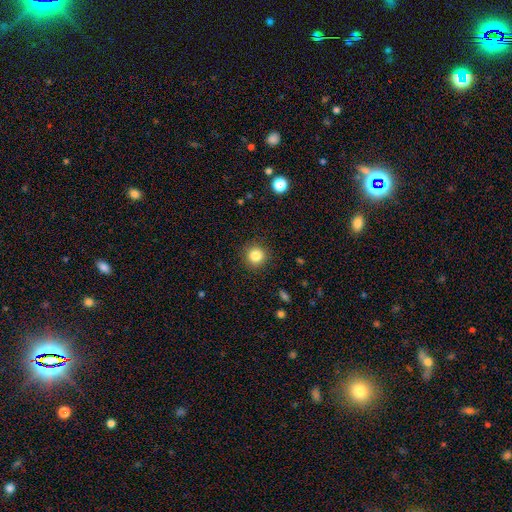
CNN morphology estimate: smooth-or-featured: smooth: 84% | star or artifact: 11% | featured or disk: 5%
  how-rounded: round: 94% | in between: 5% | cigar-shaped: 1%
  merging: none: 90% | minor disturbance: 6% | major disturbance: 2% | merger: 1%